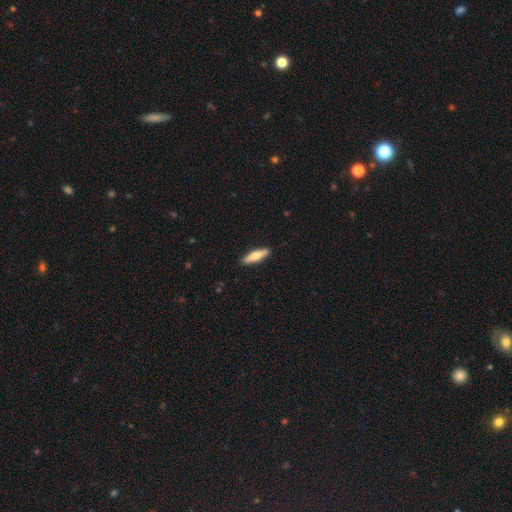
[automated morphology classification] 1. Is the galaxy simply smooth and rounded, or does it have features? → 65% smooth, 30% featured or disk, 5% star or artifact.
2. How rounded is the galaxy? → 70% cigar-shaped, 28% in between, 2% round.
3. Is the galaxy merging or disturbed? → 90% none, 7% minor disturbance, 1% major disturbance, 1% merger.